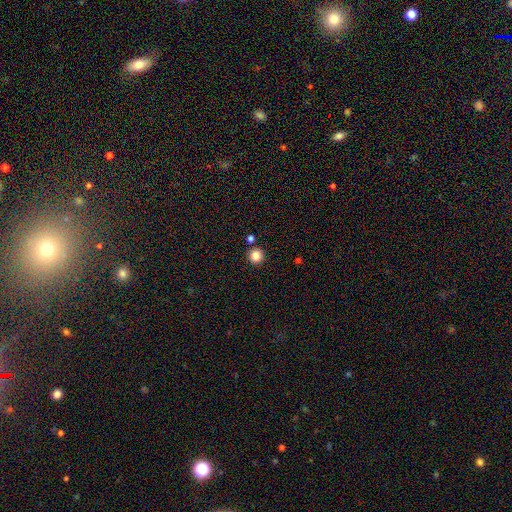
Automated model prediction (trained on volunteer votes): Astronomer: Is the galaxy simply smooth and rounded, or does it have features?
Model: smooth — 84%.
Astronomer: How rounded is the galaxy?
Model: round — 95%.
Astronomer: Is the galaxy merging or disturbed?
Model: none — 88%.